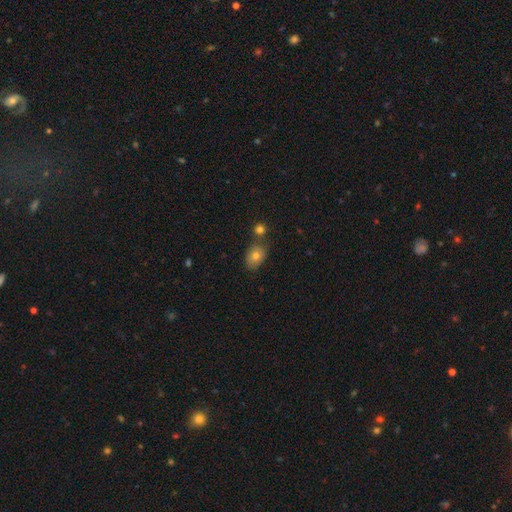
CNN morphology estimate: Smooth or featured: smooth — 73% (featured or disk — 16%)
How rounded: in between — 67% (round — 32%)
Merging: none — 66% (minor disturbance — 15%)